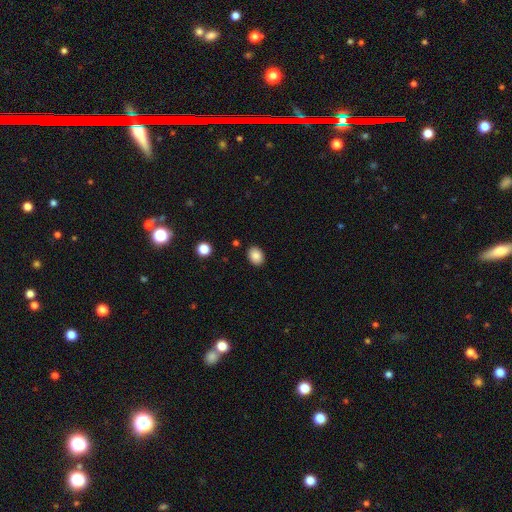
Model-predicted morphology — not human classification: A smooth galaxy with no disk features (87%) that is in between round and cigar-shaped (60%). Merging: none (88%).